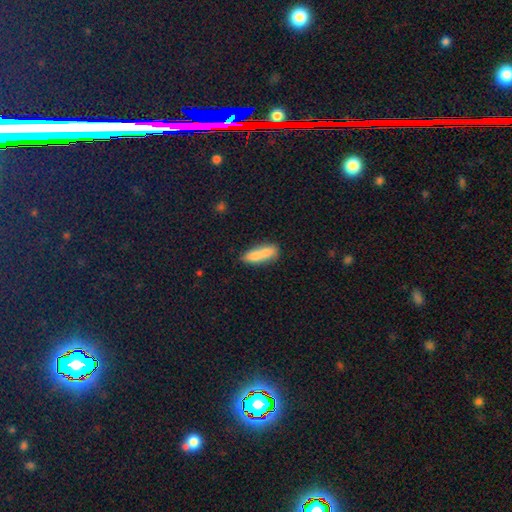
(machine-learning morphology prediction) A smooth galaxy with no disk features (77%) that is cigar-shaped (56%).

Vote fractions:
- Smooth or featured? smooth: 77% / featured or disk: 16% / star or artifact: 7%
- How rounded? cigar-shaped: 56% / in between: 41% / round: 3%
- Merging? none: 50% / merger: 26% / minor disturbance: 18% / major disturbance: 6%